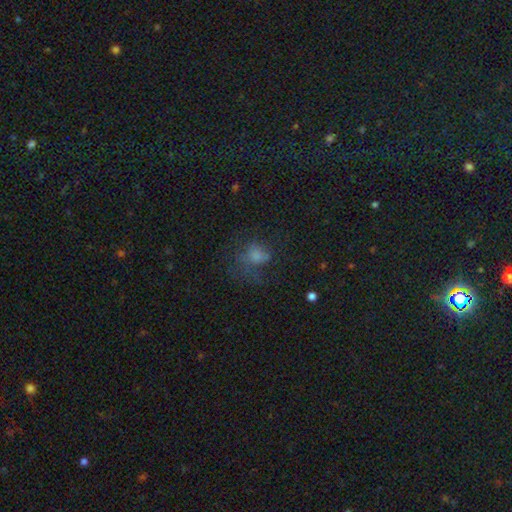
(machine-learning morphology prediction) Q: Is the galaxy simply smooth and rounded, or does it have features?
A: smooth — 61%.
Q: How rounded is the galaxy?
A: round — 55%.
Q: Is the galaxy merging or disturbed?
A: none — 42%.